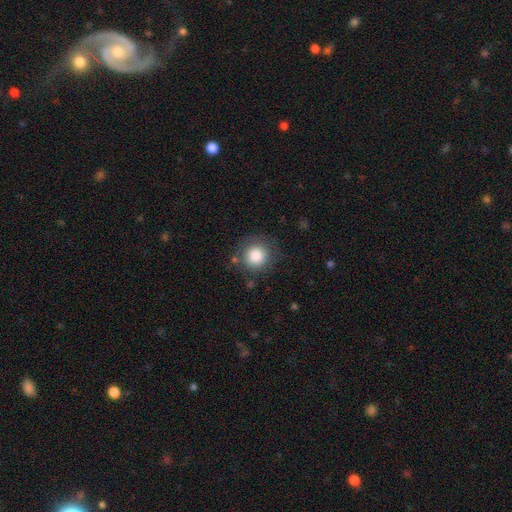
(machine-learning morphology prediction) Smooth or featured: smooth — 84% (star or artifact — 9%)
How rounded: round — 94% (in between — 5%)
Merging: none — 82% (minor disturbance — 11%)